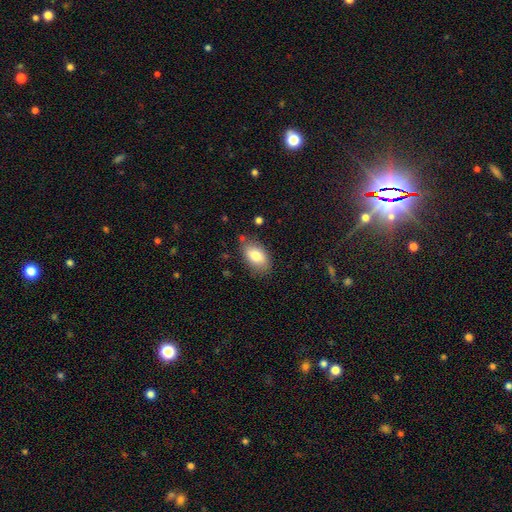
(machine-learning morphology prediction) This appears to be a smooth galaxy with no disk features (80%) that is in between round and cigar-shaped (92%). Merging: none (78%).